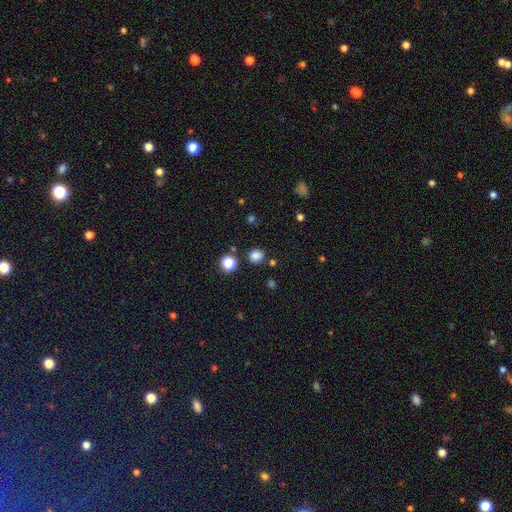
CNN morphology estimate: A smooth galaxy with no disk features (82%) that is round (83%). Merging: none (85%).